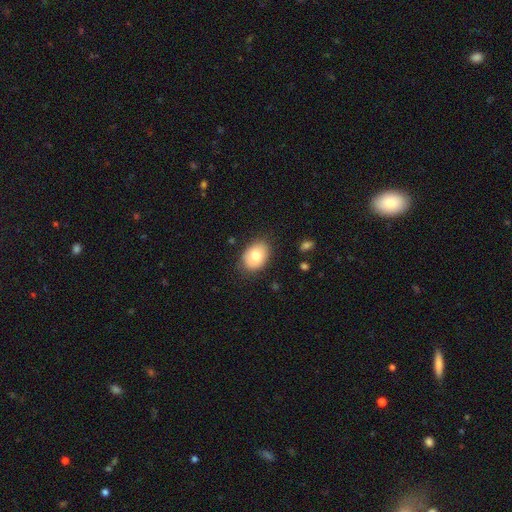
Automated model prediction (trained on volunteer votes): Smooth or featured: smooth — 76% (featured or disk — 17%)
How rounded: in between — 74% (round — 25%)
Merging: none — 81% (minor disturbance — 14%)